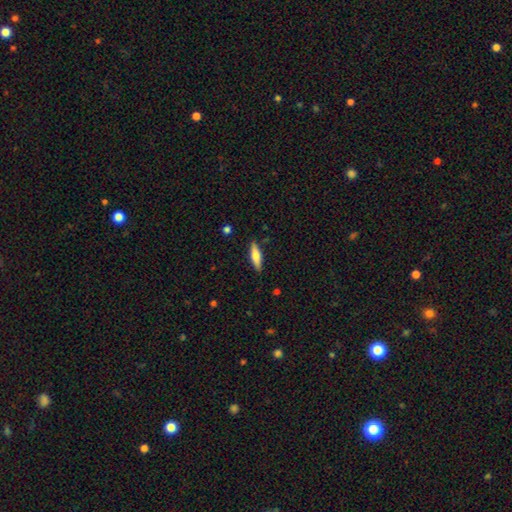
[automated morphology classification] Overall: smooth (67%). How rounded: cigar-shaped (62%; in between 36%). Merging: none (86%).